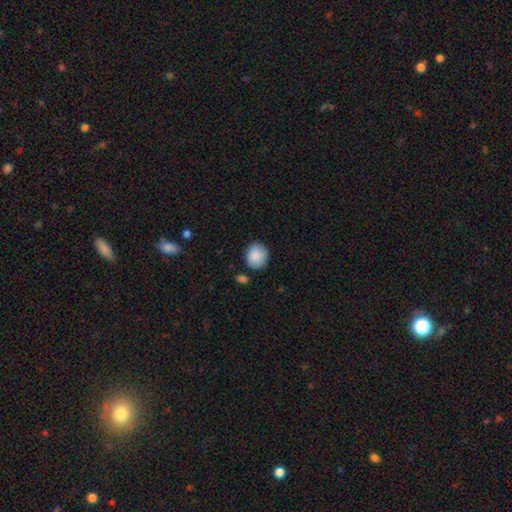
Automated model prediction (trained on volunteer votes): Q: Smooth or featured?
A: smooth (89%); runner-up: star or artifact (7%)
Q: How rounded?
A: round (78%); runner-up: in between (21%)
Q: Merging?
A: none (82%); runner-up: minor disturbance (12%)